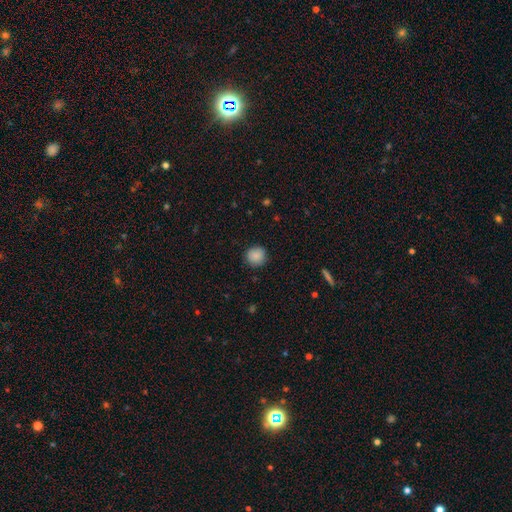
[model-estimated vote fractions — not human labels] smooth_or_featured: smooth (p=0.88) [alt: star or artifact p=0.08]
how_rounded: round (p=0.92) [alt: in between p=0.07]
merging: none (p=0.88) [alt: minor disturbance p=0.09]